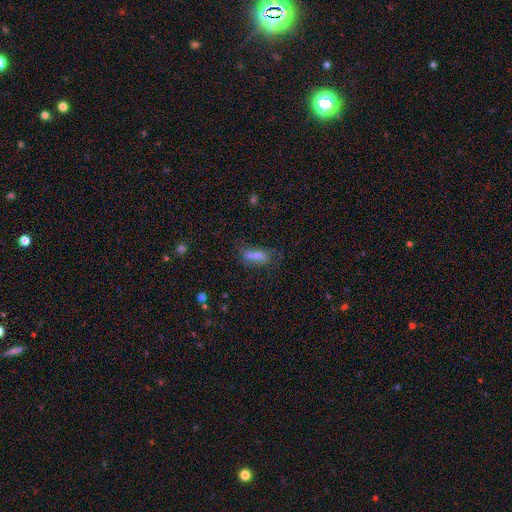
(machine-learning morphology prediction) Q: Smooth or featured?
A: smooth (67%); runner-up: featured or disk (20%)
Q: How rounded?
A: in between (62%); runner-up: cigar-shaped (34%)
Q: Merging?
A: none (42%); runner-up: minor disturbance (24%)